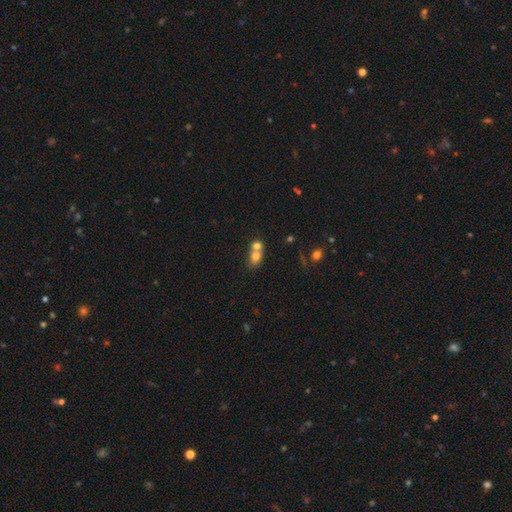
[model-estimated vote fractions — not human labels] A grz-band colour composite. It shows a smooth galaxy with no disk features (73%) that is in between round and cigar-shaped (51%). Merging: merger (66%).